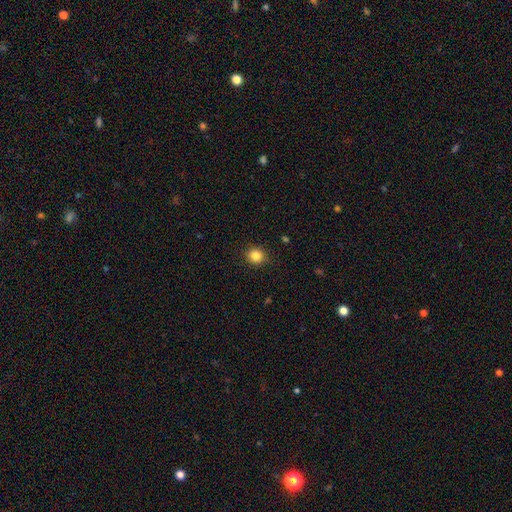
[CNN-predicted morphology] smooth_or_featured: smooth (p=0.85) [alt: star or artifact p=0.11]
how_rounded: round (p=0.84) [alt: in between p=0.15]
merging: none (p=0.88) [alt: minor disturbance p=0.08]